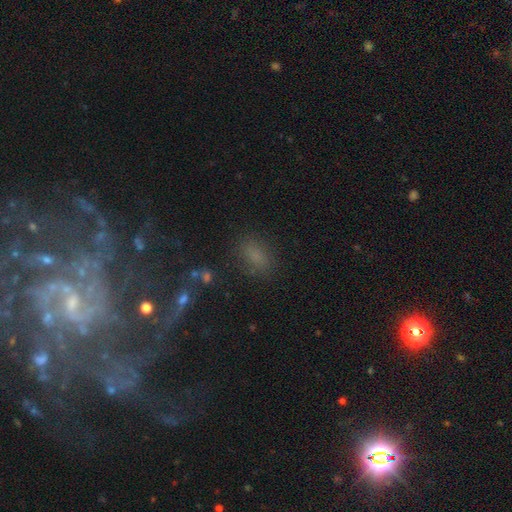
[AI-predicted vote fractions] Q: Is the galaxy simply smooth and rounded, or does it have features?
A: smooth — 68%.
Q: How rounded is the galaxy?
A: in between — 83%.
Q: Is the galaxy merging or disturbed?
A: none — 77%.